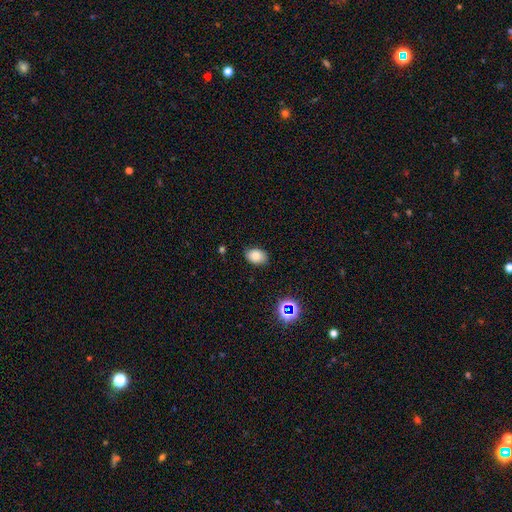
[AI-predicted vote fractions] This appears to be a smooth galaxy with no disk features (81%) that is in between round and cigar-shaped (81%). Merging: none (83%).